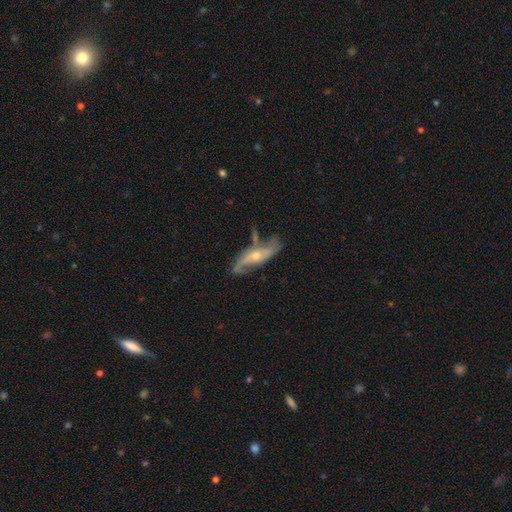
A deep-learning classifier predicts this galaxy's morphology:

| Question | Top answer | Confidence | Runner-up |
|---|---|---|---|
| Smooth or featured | featured or disk | 78% | smooth (16%) |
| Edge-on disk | no | 81% | yes (19%) |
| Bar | no | 59% | weak (27%) |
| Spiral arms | yes | 88% | no (12%) |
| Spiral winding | loose | 59% | medium (28%) |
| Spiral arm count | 2 | 84% | can't tell (9%) |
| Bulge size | small | 54% | moderate (41%) |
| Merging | none | 56% | minor disturbance (23%) |